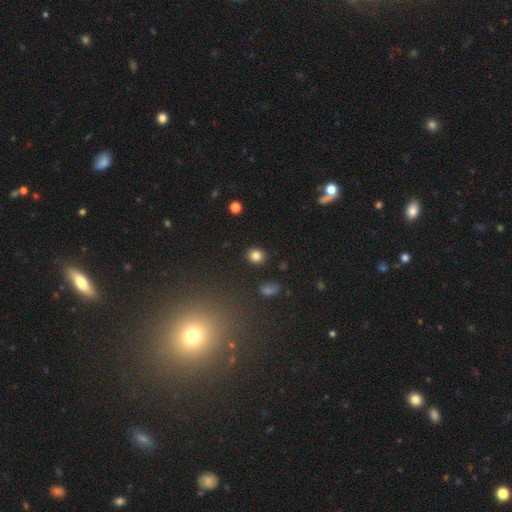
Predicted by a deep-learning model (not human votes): A smooth galaxy with no disk features (83%) that is round (78%).

Vote fractions:
- Smooth or featured? smooth: 83% / star or artifact: 11% / featured or disk: 5%
- How rounded? round: 78% / in between: 21% / cigar-shaped: 1%
- Merging? none: 89% / minor disturbance: 7% / major disturbance: 2% / merger: 2%